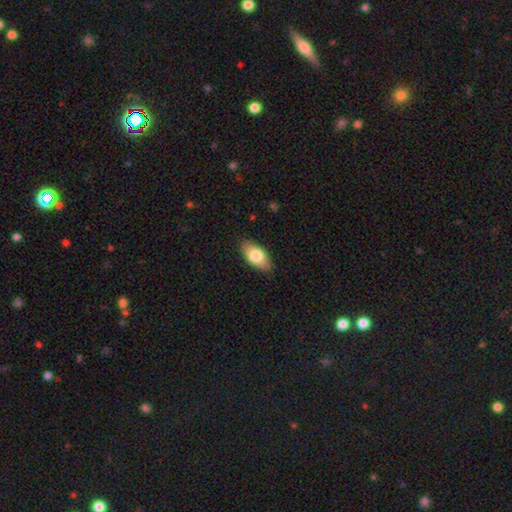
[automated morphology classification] Smooth or featured? smooth (77%)
How rounded? in between (92%)
Merging? none (86%)